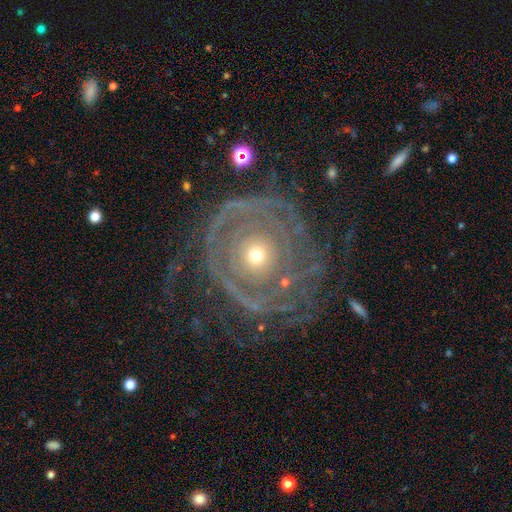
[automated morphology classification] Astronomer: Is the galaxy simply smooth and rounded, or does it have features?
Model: featured or disk — 81%.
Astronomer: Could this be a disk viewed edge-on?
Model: no — 96%.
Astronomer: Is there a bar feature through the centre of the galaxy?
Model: no — 89%.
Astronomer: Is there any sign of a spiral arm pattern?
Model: yes — 79%.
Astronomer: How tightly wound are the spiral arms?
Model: tight — 75%.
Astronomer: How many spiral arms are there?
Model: can't tell — 37% (runner-up: more than 4, 15%).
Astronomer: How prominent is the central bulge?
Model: small — 58% (runner-up: moderate, 36%).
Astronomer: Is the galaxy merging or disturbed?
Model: none — 65%.